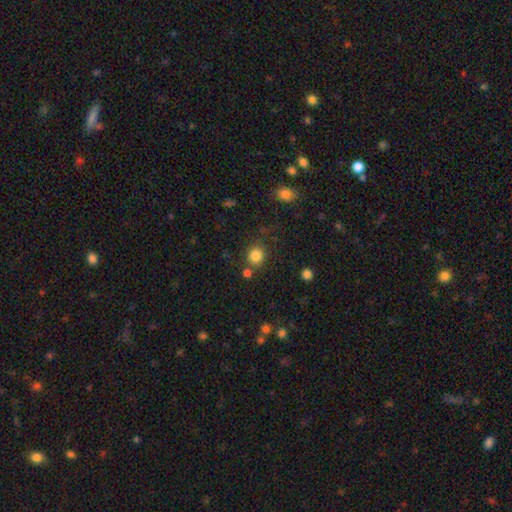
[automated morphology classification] The model was most divided on "merging": none: 76%, minor disturbance: 10%, merger: 9%, major disturbance: 4%. More confident: how rounded — round (85%); smooth or featured — smooth (83%).